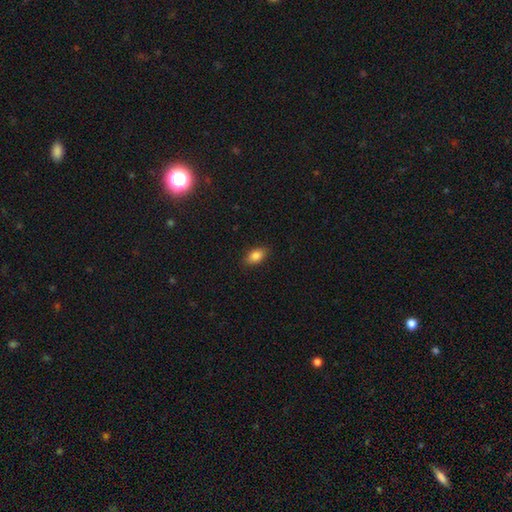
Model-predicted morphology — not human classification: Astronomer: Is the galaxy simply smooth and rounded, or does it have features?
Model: smooth — 86%.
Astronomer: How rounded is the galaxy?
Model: in between — 90%.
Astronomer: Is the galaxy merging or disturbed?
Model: none — 88%.